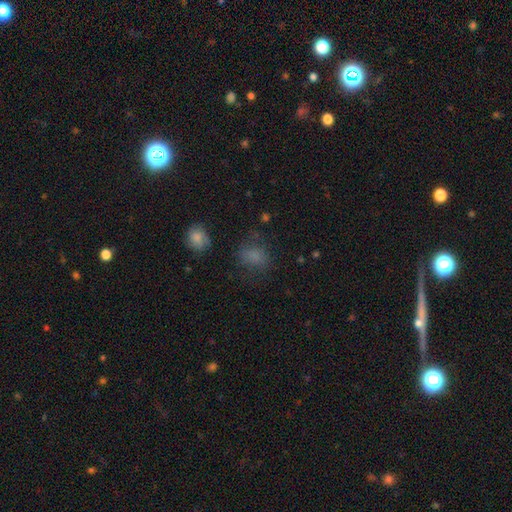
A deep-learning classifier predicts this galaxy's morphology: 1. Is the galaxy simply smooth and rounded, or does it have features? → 74% smooth, 17% star or artifact, 9% featured or disk.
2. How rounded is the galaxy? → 53% round, 46% in between, 1% cigar-shaped.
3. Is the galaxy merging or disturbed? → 62% none, 21% minor disturbance, 14% major disturbance, 3% merger.